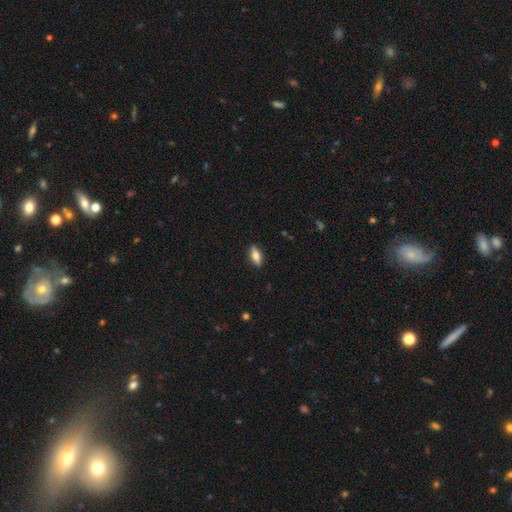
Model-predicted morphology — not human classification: Overall: smooth (62%; featured or disk 31%). How rounded: in between (72%). Merging: none (88%).